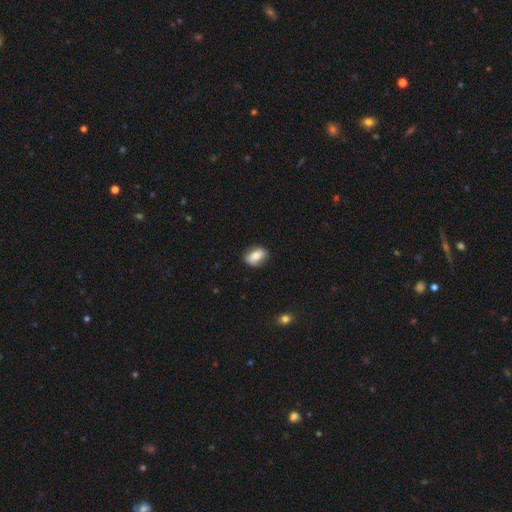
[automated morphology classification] A smooth galaxy with no disk features (73%) that is in between round and cigar-shaped (81%).

Vote fractions:
- Smooth or featured? smooth: 73% / featured or disk: 19% / star or artifact: 7%
- How rounded? in between: 81% / round: 15% / cigar-shaped: 4%
- Merging? none: 82% / minor disturbance: 14% / major disturbance: 3% / merger: 1%